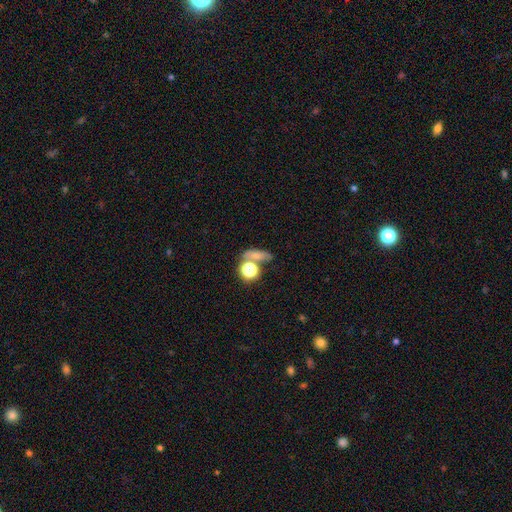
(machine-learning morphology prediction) smooth_or_featured: smooth (p=0.59) [alt: star or artifact p=0.21]
how_rounded: round (p=0.41) [alt: in between p=0.39]
merging: none (p=0.54) [alt: merger p=0.27]